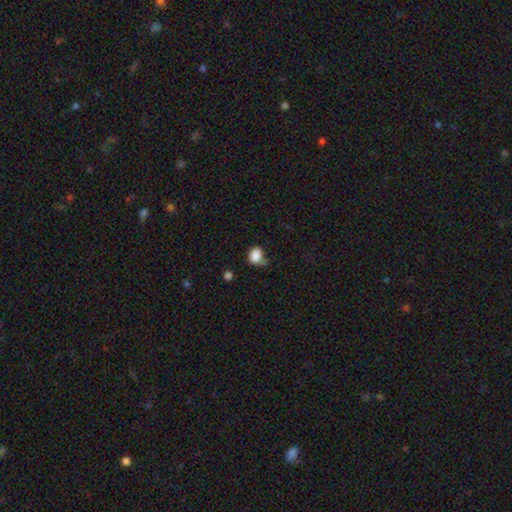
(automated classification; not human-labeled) This appears to be a smooth galaxy with no disk features (87%) that is round (51%). Merging: none (59%).